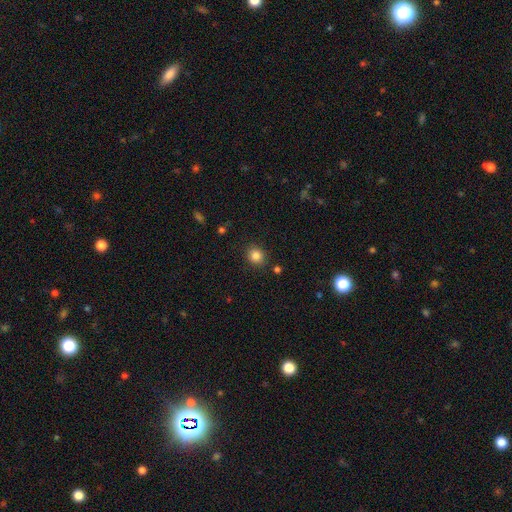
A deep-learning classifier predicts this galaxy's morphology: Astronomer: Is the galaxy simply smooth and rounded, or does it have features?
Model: smooth — 84%.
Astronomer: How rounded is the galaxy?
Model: round — 82%.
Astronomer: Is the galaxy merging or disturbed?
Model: none — 86%.